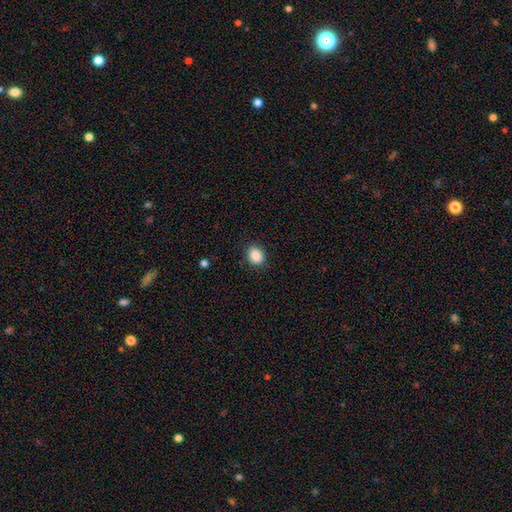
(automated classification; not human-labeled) smooth_or_featured: smooth (p=0.89) [alt: star or artifact p=0.08]
how_rounded: round (p=0.50) [alt: in between p=0.49]
merging: none (p=0.87) [alt: minor disturbance p=0.09]